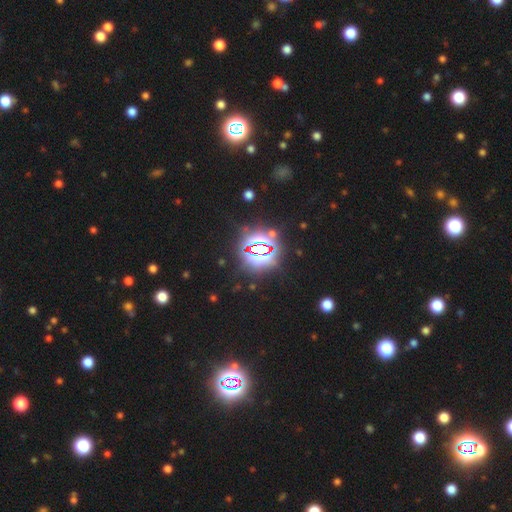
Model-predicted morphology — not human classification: type=star or artifact (80%).